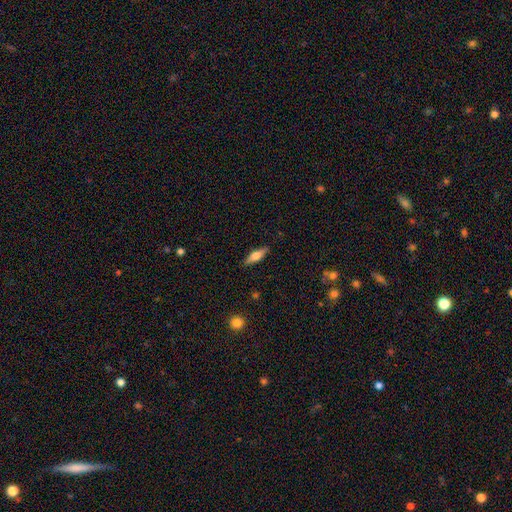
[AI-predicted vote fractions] smooth_or_featured: smooth (p=0.49) [alt: featured or disk p=0.44]
merging: none (p=0.88) [alt: minor disturbance p=0.09]